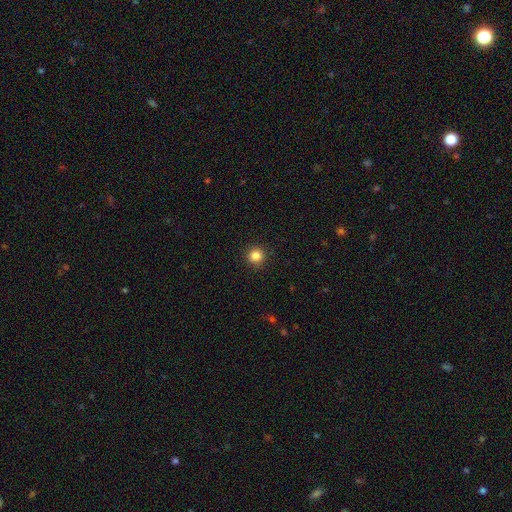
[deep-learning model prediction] Morphology: type=smooth (85%); roundness=round (95%); merging=none (92%).